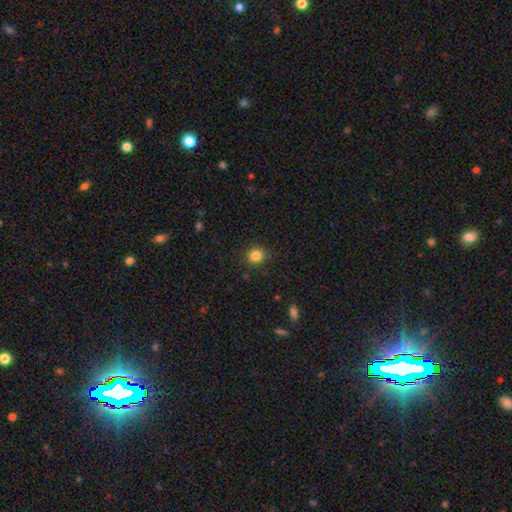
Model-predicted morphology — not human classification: Smooth or featured?
  - smooth: 84% *
  - star or artifact: 11%
  - featured or disk: 5%
How rounded?
  - round: 85% *
  - in between: 14%
  - cigar-shaped: 1%
Merging?
  - none: 89% *
  - minor disturbance: 8%
  - major disturbance: 2%
  - merger: 1%